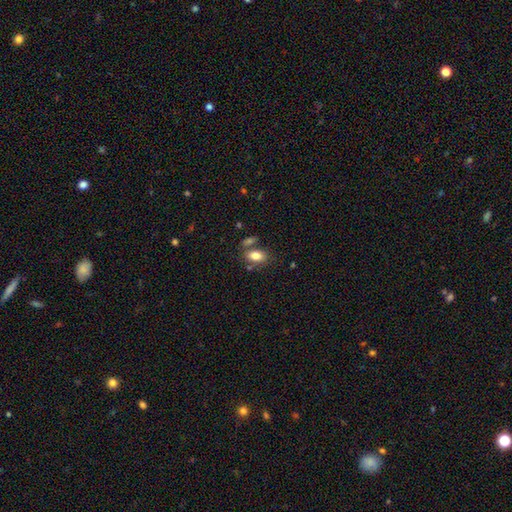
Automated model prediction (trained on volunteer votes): smooth 81%, featured or disk 11%, star or artifact 8%. Down the decision tree: how rounded — in between (89%); merging — none (65%).